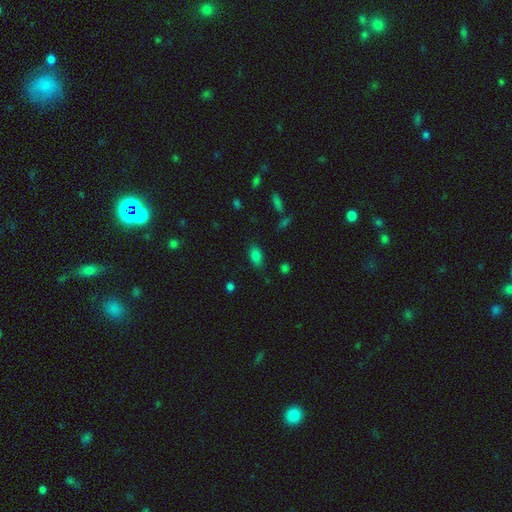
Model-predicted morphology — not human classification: Smooth or featured? Predicted: smooth (p=0.81). How rounded? Predicted: in between (p=0.89). Merging? Predicted: none (p=0.78).